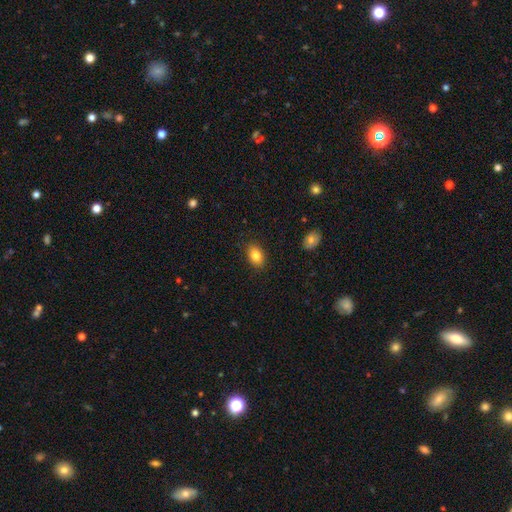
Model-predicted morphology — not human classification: smooth 84%, star or artifact 9%, featured or disk 7%. Down the decision tree: how rounded — in between (82%); merging — none (86%).